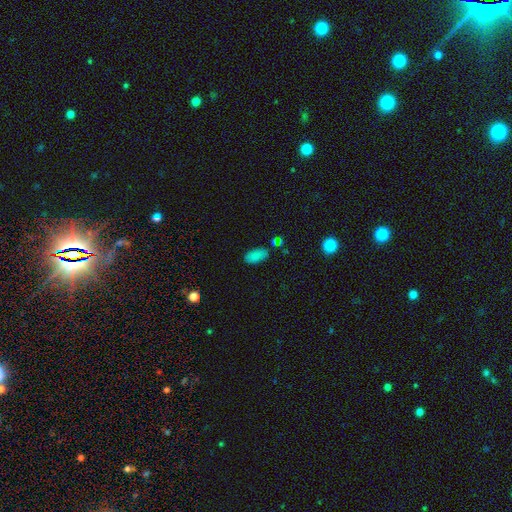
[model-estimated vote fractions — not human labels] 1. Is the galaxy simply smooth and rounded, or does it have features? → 83% smooth, 11% star or artifact, 6% featured or disk.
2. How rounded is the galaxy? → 93% in between, 4% cigar-shaped, 3% round.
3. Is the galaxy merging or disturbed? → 73% none, 16% minor disturbance, 8% merger, 4% major disturbance.